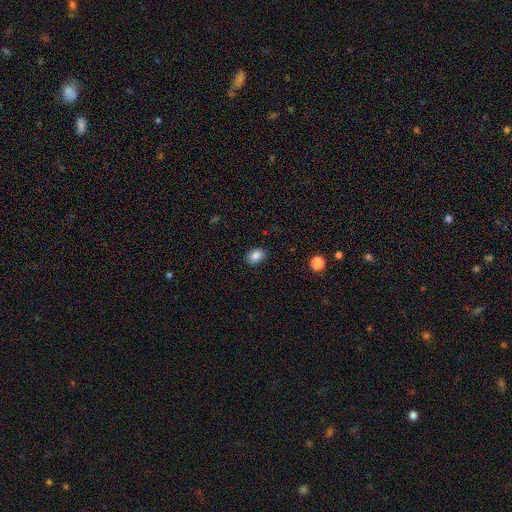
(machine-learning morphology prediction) Smooth or featured? Predicted: smooth (p=0.86). How rounded? Predicted: in between (p=0.72). Merging? Predicted: none (p=0.87).